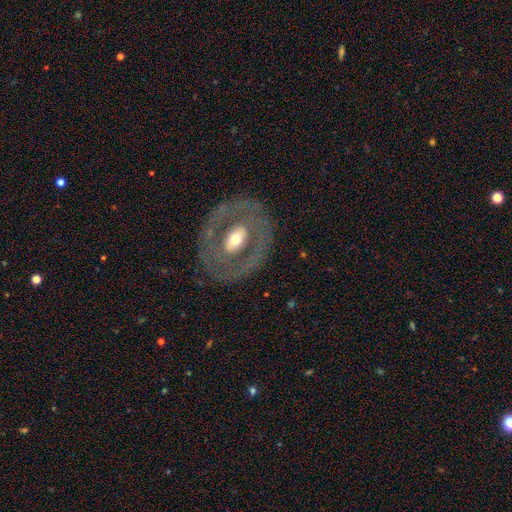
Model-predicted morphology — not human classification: A featured or disk galaxy (70%) with no bar (43%), no spiral arms (70%) and a moderate central bulge (68%). Merging: none (83%).